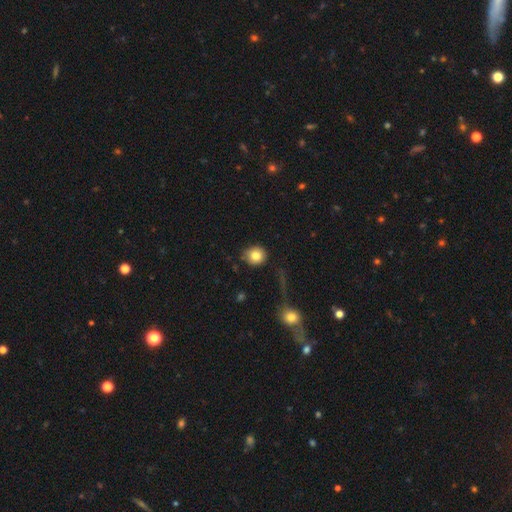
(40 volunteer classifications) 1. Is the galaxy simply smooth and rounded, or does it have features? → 85% smooth, 10% featured or disk, 5% star or artifact.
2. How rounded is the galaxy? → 88% round, 12% in between, 0% cigar-shaped.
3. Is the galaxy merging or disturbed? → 84% none, 11% merger, 5% minor disturbance, 0% major disturbance.